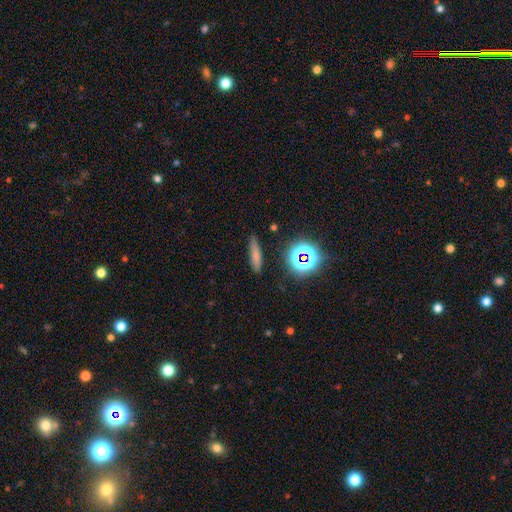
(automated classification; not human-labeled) smooth-or-featured: smooth: 70% | star or artifact: 17% | featured or disk: 13%
  how-rounded: cigar-shaped: 79% | in between: 15% | round: 6%
  merging: none: 83% | minor disturbance: 12% | major disturbance: 3% | merger: 2%